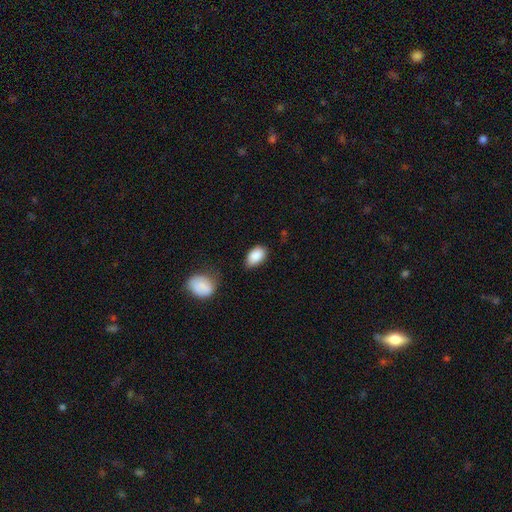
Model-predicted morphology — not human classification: type=smooth (88%); roundness=in between (91%); merging=none (70%).